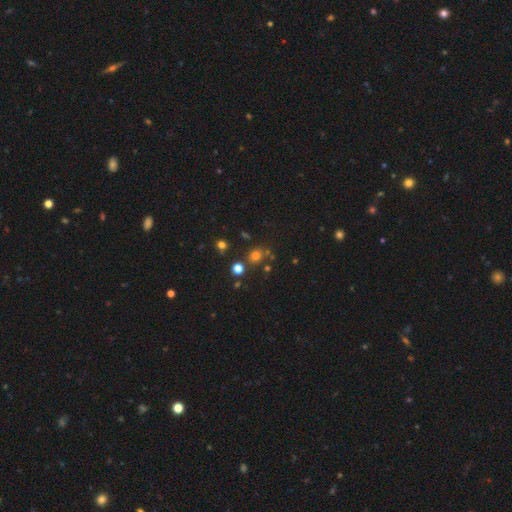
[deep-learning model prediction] A smooth galaxy with no disk features (68%) that is round (73%). Merging: none (74%).